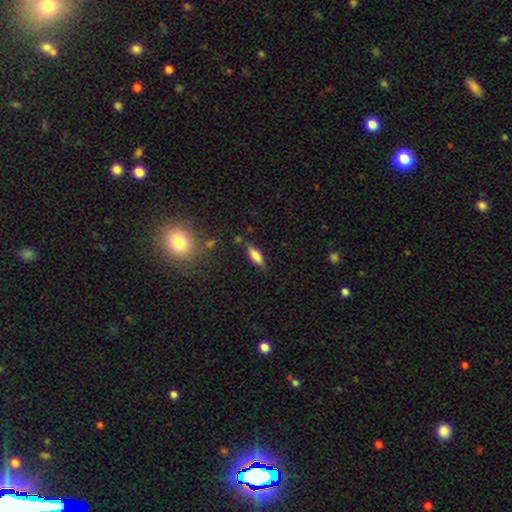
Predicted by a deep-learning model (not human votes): Q: Smooth or featured?
A: smooth (80%); runner-up: featured or disk (12%)
Q: How rounded?
A: in between (66%); runner-up: cigar-shaped (31%)
Q: Merging?
A: none (77%); runner-up: minor disturbance (16%)